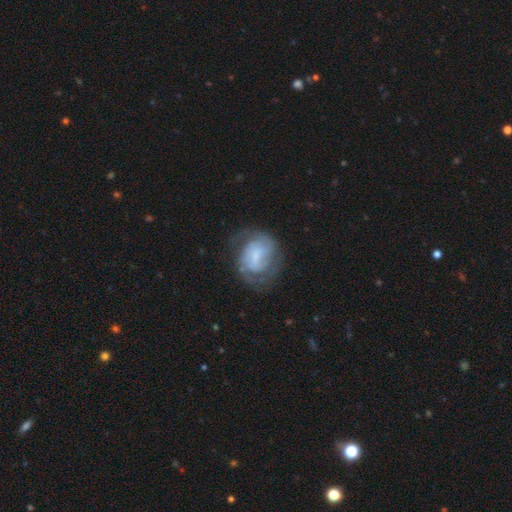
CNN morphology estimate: A featured or disk galaxy (71%) with a weak bar (51%), 2 (51%) tight (46%) spiral arms (87%) and a small central bulge (41%). Merging: none (62%).